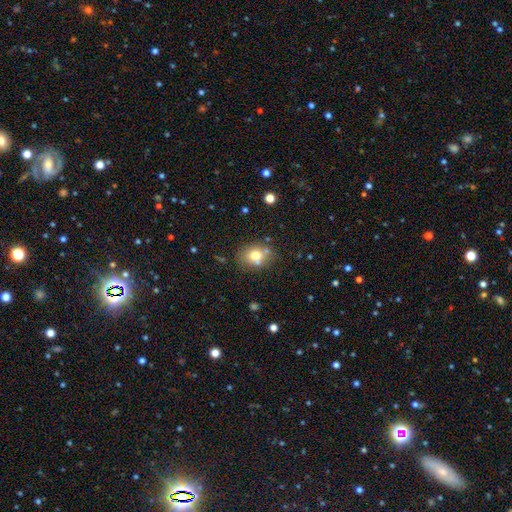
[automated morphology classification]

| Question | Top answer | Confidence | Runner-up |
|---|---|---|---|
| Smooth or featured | smooth | 72% | featured or disk (15%) |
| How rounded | round | 54% | in between (45%) |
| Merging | none | 67% | minor disturbance (15%) |